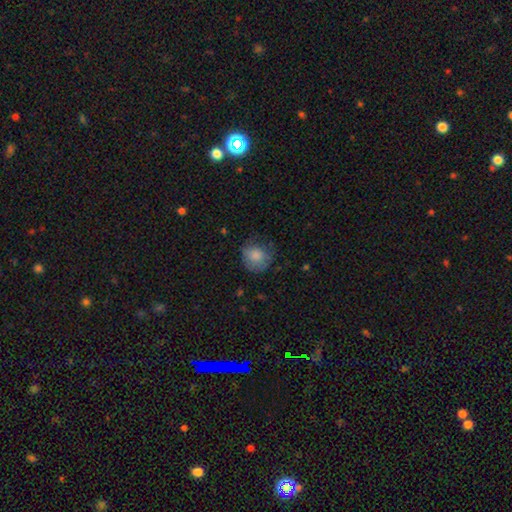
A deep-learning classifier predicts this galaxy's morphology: This appears to be a smooth galaxy with no disk features (81%) that is round (82%). Merging: none (61%).